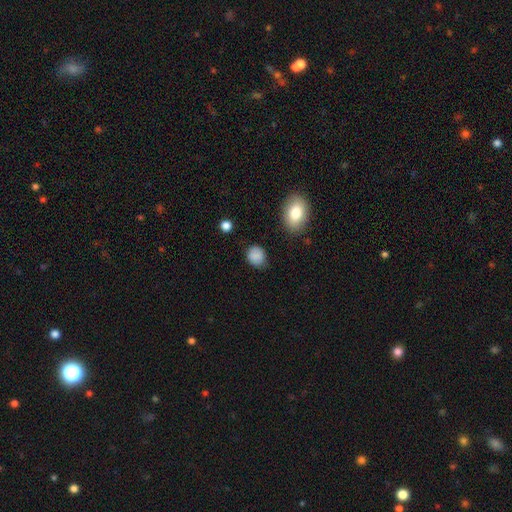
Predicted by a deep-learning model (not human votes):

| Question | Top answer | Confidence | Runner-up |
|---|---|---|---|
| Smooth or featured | smooth | 86% | star or artifact (9%) |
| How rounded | round | 68% | in between (31%) |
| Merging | none | 78% | minor disturbance (17%) |